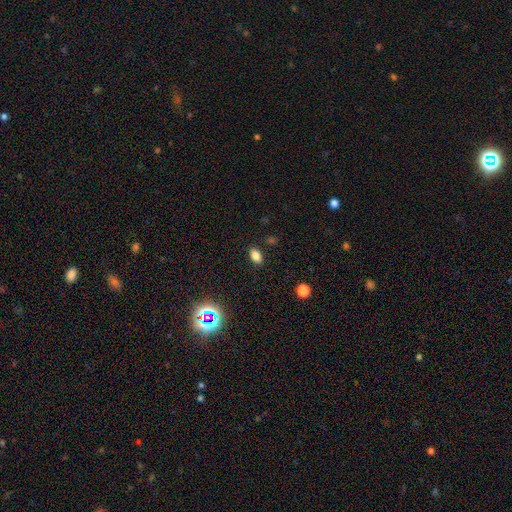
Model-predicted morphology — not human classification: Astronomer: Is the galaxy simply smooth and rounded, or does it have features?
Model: smooth — 80%.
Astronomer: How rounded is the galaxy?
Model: in between — 87%.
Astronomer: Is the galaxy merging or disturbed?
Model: none — 87%.